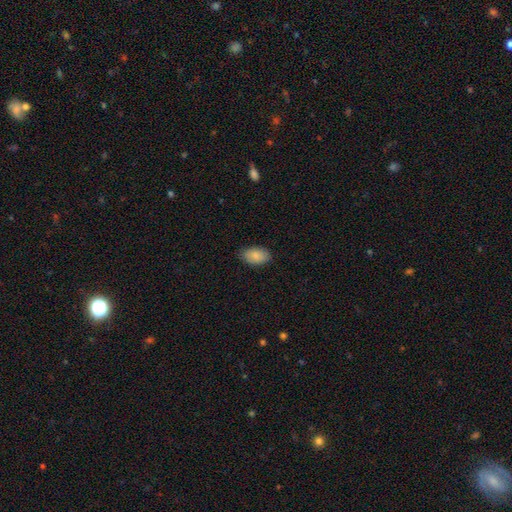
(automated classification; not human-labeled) A smooth galaxy with no disk features (87%) that is in between round and cigar-shaped (94%). Merging: none (84%).